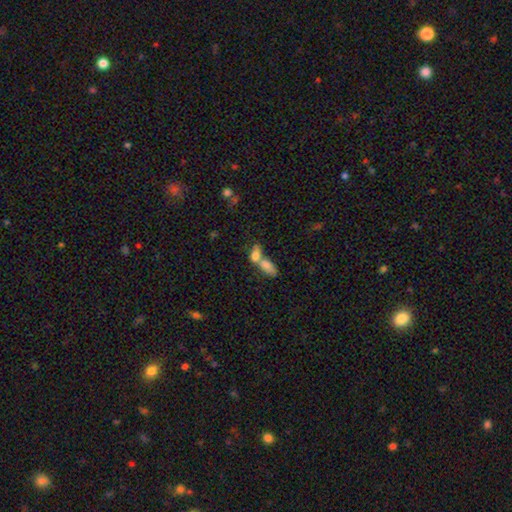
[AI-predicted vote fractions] This appears to be a smooth galaxy with no disk features (74%) that is in between round and cigar-shaped (79%). Merging: merger (71%).